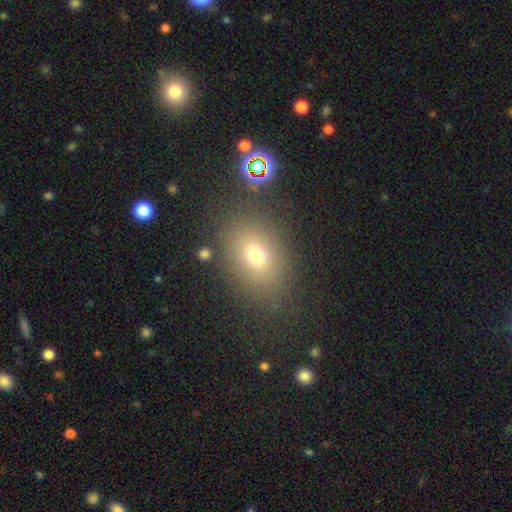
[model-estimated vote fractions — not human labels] Overall: smooth (69%). How rounded: in between (64%; round 35%). Merging: none (80%).